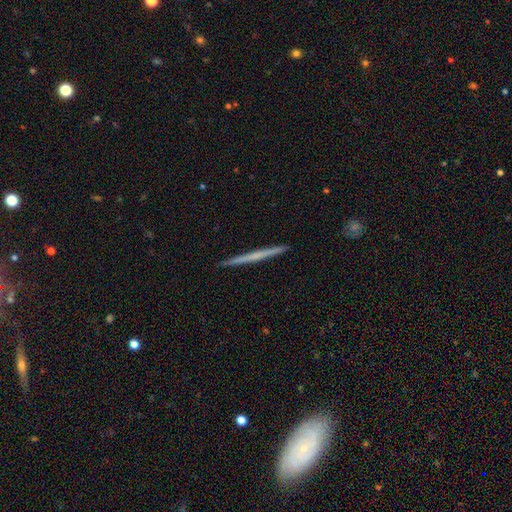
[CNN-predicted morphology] Smooth or featured? featured or disk (55%)
Edge-on disk? yes (98%)
Edge-on bulge? none (84%)
Merging? none (93%)